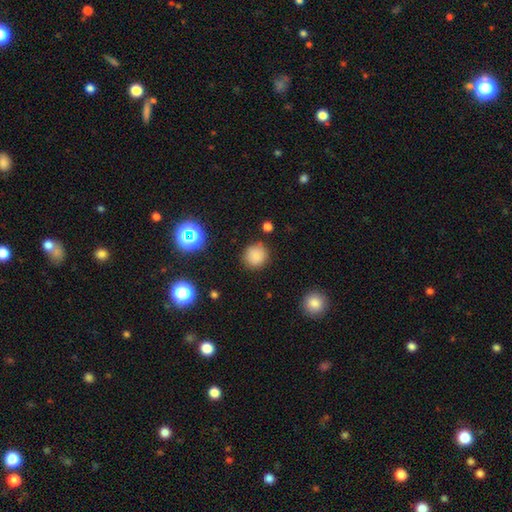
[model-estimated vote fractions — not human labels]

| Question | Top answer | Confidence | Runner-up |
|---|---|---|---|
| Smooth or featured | smooth | 80% | star or artifact (14%) |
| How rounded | round | 92% | in between (7%) |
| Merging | none | 85% | minor disturbance (10%) |